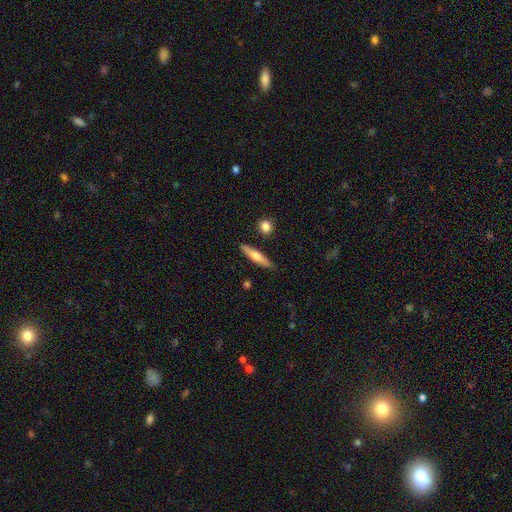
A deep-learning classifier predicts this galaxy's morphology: This appears to be a smooth galaxy with no disk features (59%) that is cigar-shaped (83%). Merging: none (86%).